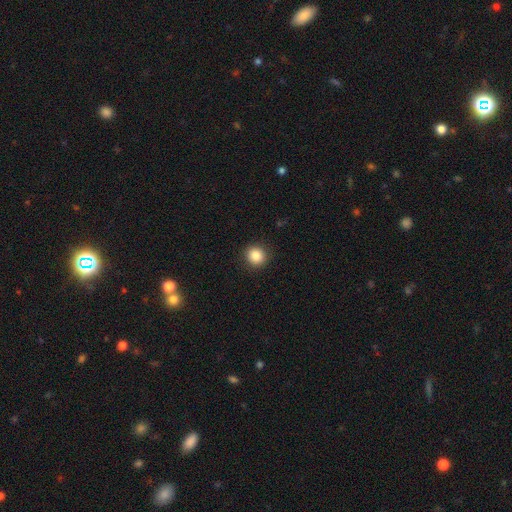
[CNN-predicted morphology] A smooth galaxy with no disk features (85%) that is round (91%).

Vote fractions:
- Smooth or featured? smooth: 85% / star or artifact: 10% / featured or disk: 5%
- How rounded? round: 91% / in between: 8% / cigar-shaped: 1%
- Merging? none: 91% / minor disturbance: 6% / major disturbance: 2% / merger: 1%